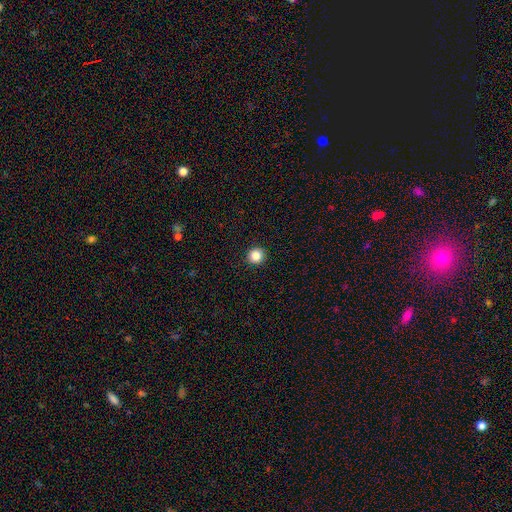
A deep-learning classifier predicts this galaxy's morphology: Smooth or featured? Predicted: smooth (p=0.86). How rounded? Predicted: round (p=0.94). Merging? Predicted: none (p=0.93).